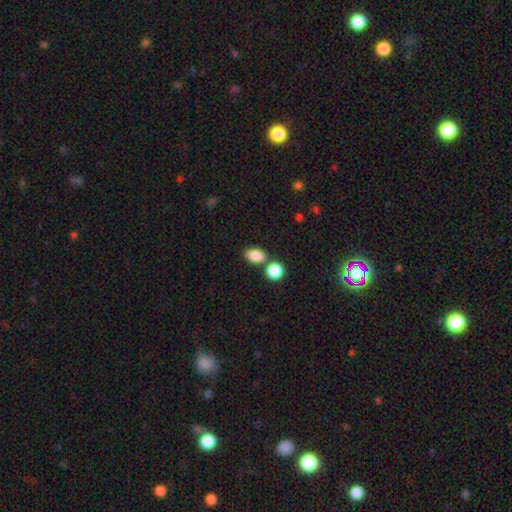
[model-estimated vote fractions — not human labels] Smooth or featured: smooth — 86% (star or artifact — 8%)
How rounded: in between — 84% (round — 14%)
Merging: none — 65% (merger — 21%)